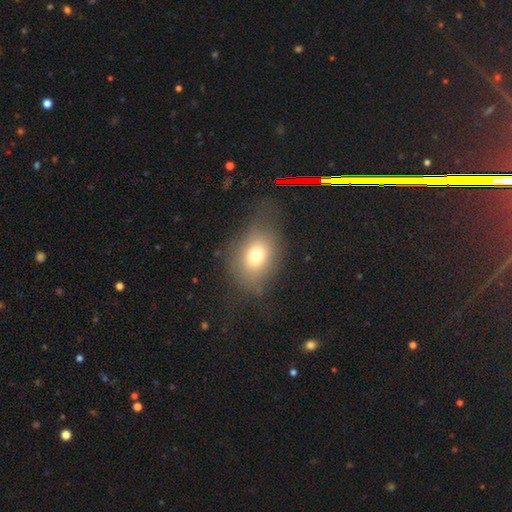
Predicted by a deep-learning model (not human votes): This appears to be a smooth galaxy with no disk features (70%) that is in between round and cigar-shaped (60%). Merging: none (57%).